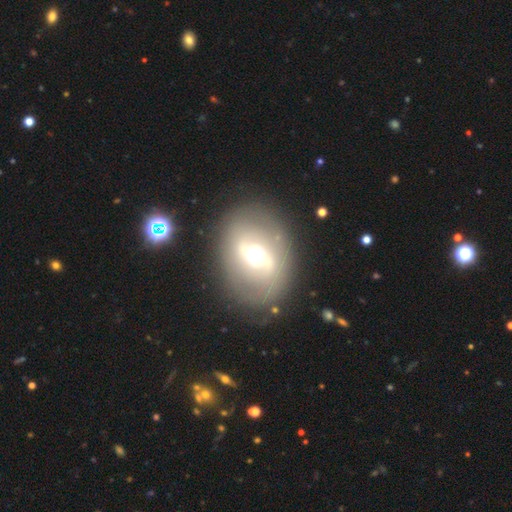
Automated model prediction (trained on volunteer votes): This is possibly a featured or disk galaxy (55%). It is clearly not viewed edge-on (92%). Bar: marginally weak (38%). Spiral arm pattern: likely no (69%). Central bulge: likely moderate (61%). Merging: clearly none (80%).